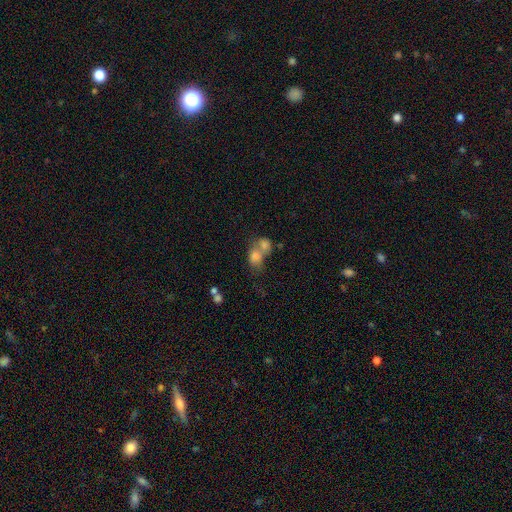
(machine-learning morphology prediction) Smooth or featured? smooth (72%)
How rounded? round (53%)
Merging? merger (64%)